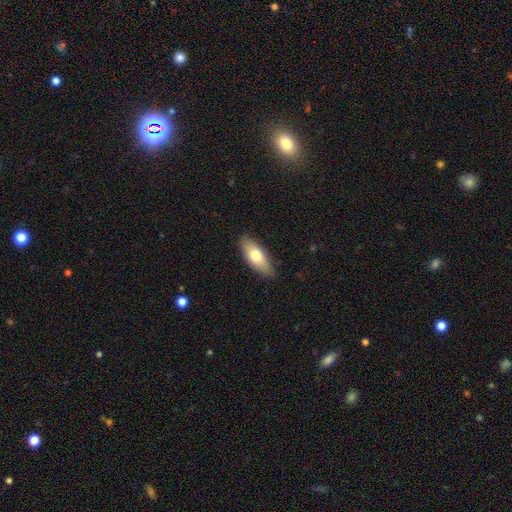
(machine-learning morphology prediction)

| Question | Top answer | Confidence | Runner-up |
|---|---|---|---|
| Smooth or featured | smooth | 71% | featured or disk (23%) |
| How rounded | in between | 76% | cigar-shaped (21%) |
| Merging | none | 85% | minor disturbance (12%) |